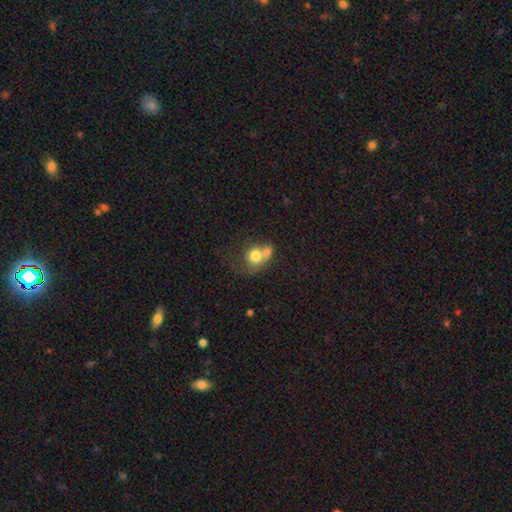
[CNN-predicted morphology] A smooth galaxy with no disk features (73%) that is round (67%).

Vote fractions:
- Smooth or featured? smooth: 73% / featured or disk: 18% / star or artifact: 9%
- How rounded? round: 67% / in between: 32% / cigar-shaped: 1%
- Merging? merger: 59% / none: 23% / minor disturbance: 10% / major disturbance: 8%